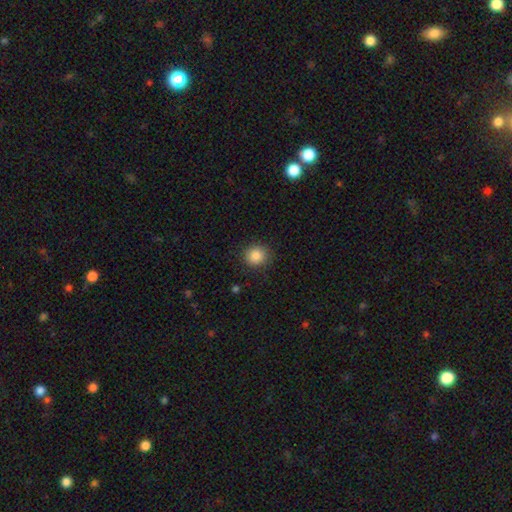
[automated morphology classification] type=smooth (86%); roundness=round (87%); merging=none (88%).